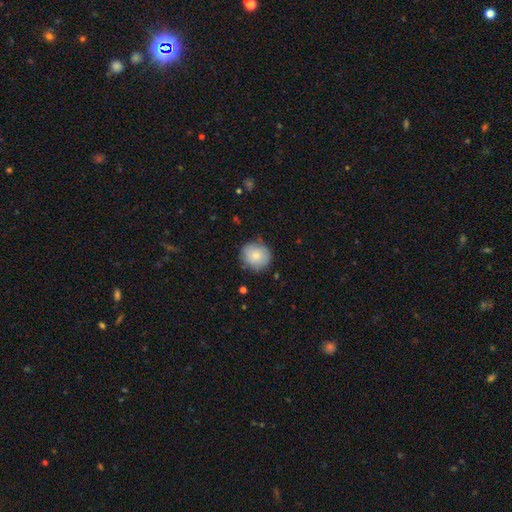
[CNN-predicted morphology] type=smooth (77%); roundness=round (88%); merging=none (81%).